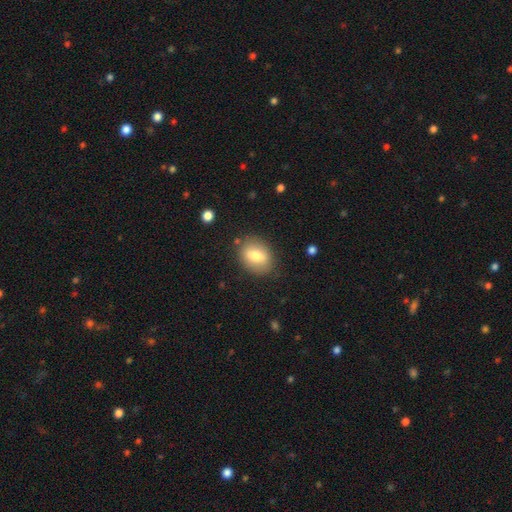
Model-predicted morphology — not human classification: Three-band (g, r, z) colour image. It shows a smooth galaxy with no disk features (76%) that is in between round and cigar-shaped (64%). Merging: none (83%).